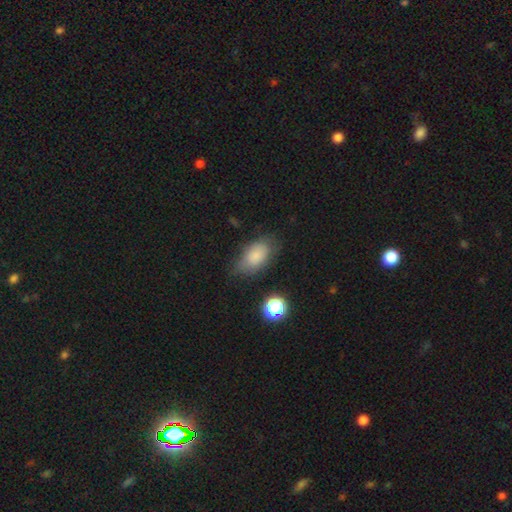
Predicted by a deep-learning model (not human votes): The model was most divided on "merging": none: 65%, minor disturbance: 24%, major disturbance: 8%, merger: 3%. More confident: how rounded — in between (91%); smooth or featured — smooth (80%).